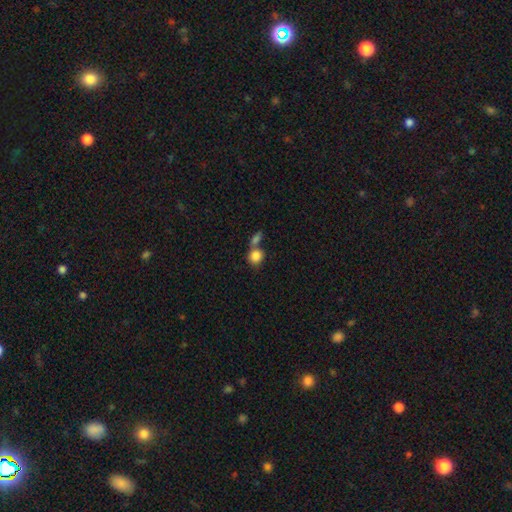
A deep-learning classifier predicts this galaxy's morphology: Smooth or featured? Predicted: smooth (p=0.85). How rounded? Predicted: round (p=0.76). Merging? Predicted: none (p=0.43, tied with merger).